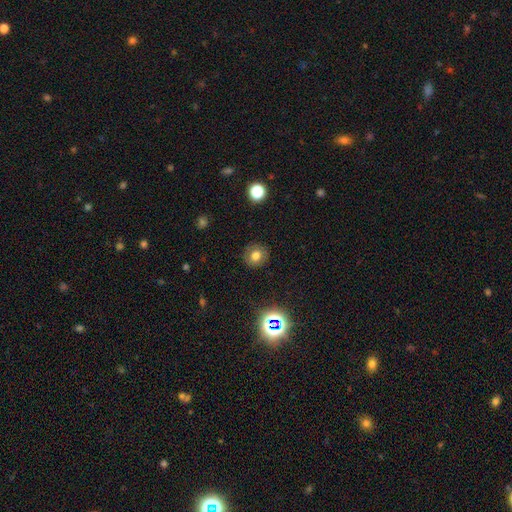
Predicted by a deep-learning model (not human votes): smooth_or_featured: smooth (p=0.68) [alt: star or artifact p=0.16]
how_rounded: round (p=0.86) [alt: in between p=0.13]
merging: none (p=0.87) [alt: minor disturbance p=0.09]